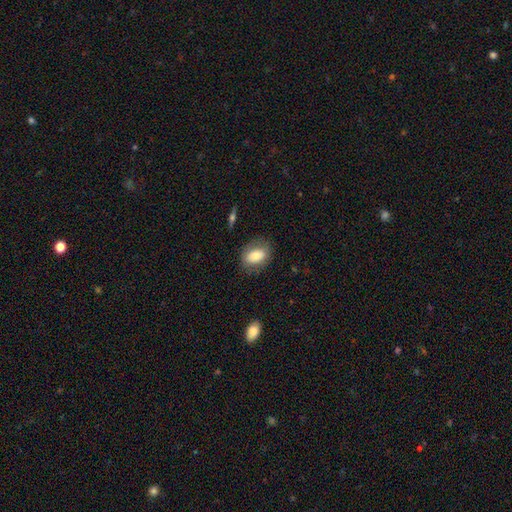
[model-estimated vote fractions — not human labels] Smooth or featured?
  - smooth: 77% *
  - featured or disk: 16%
  - star or artifact: 7%
How rounded?
  - in between: 82% *
  - round: 16%
  - cigar-shaped: 2%
Merging?
  - none: 75% *
  - minor disturbance: 17%
  - major disturbance: 6%
  - merger: 2%